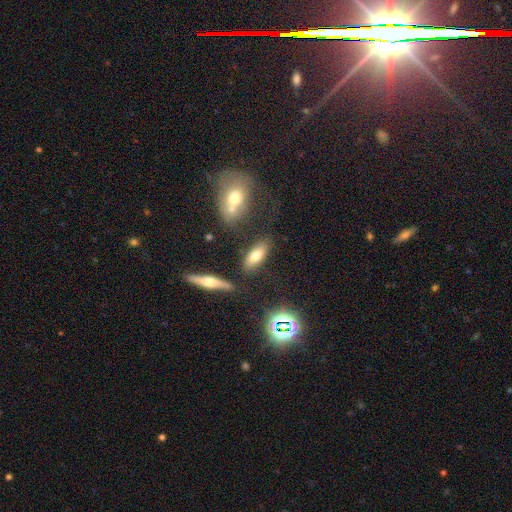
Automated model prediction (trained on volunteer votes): A smooth galaxy with no disk features (70%) that is in between round and cigar-shaped (74%). Merging: none (78%).